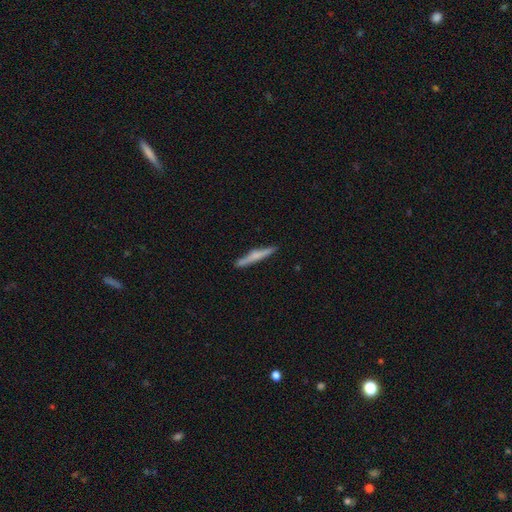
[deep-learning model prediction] A smooth galaxy with no disk features (48%).

Vote fractions:
- Smooth or featured? smooth: 48% / featured or disk: 46% / star or artifact: 6%
- Merging? none: 88% / minor disturbance: 9% / major disturbance: 2% / merger: 2%